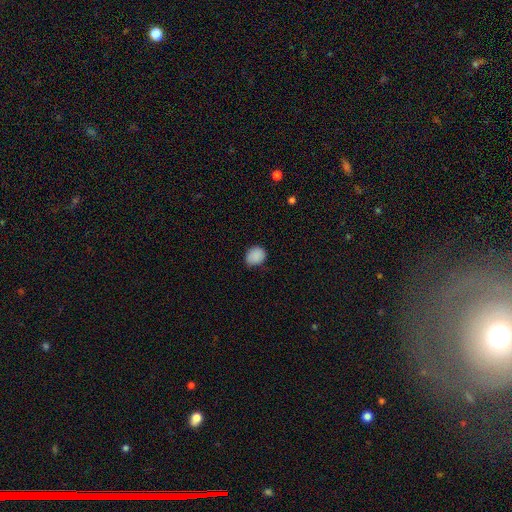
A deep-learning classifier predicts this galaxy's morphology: The model was most divided on "how rounded": round: 59%, in between: 40%, cigar-shaped: 1%. More confident: smooth or featured — smooth (88%); merging — none (76%).